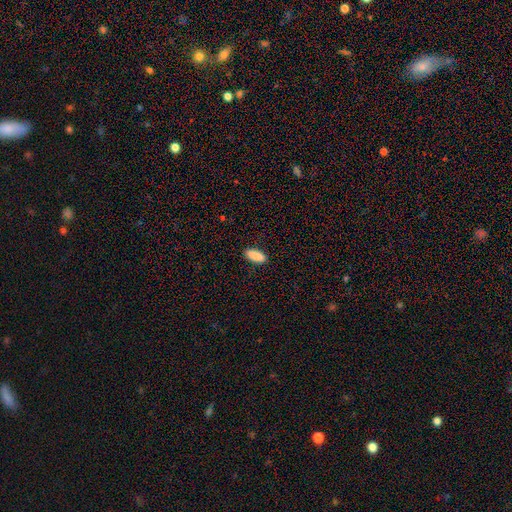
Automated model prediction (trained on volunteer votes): Smooth or featured? smooth (90%)
How rounded? in between (76%)
Merging? none (90%)